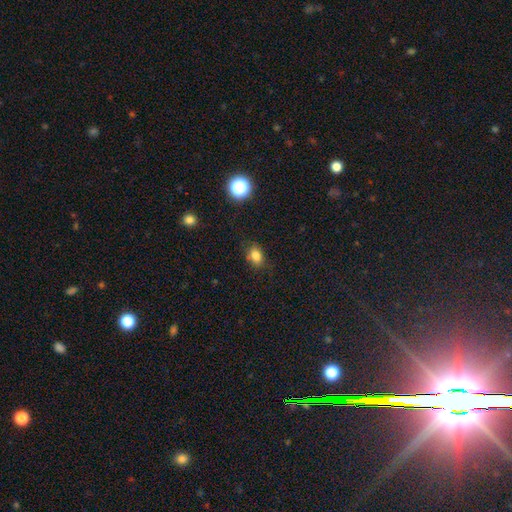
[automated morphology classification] A smooth galaxy with no disk features (80%) that is in between round and cigar-shaped (73%).

Vote fractions:
- Smooth or featured? smooth: 80% / star or artifact: 13% / featured or disk: 6%
- How rounded? in between: 73% / round: 26% / cigar-shaped: 2%
- Merging? none: 75% / minor disturbance: 18% / major disturbance: 4% / merger: 2%